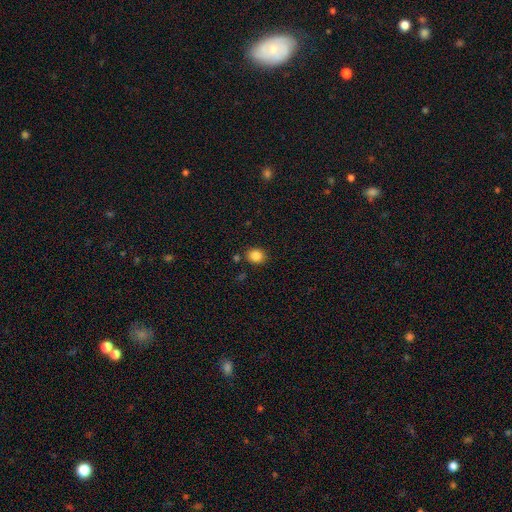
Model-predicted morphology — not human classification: Smooth or featured?
  - smooth: 86% *
  - star or artifact: 10%
  - featured or disk: 5%
How rounded?
  - round: 61% *
  - in between: 39%
  - cigar-shaped: 1%
Merging?
  - none: 84% *
  - minor disturbance: 9%
  - merger: 4%
  - major disturbance: 3%